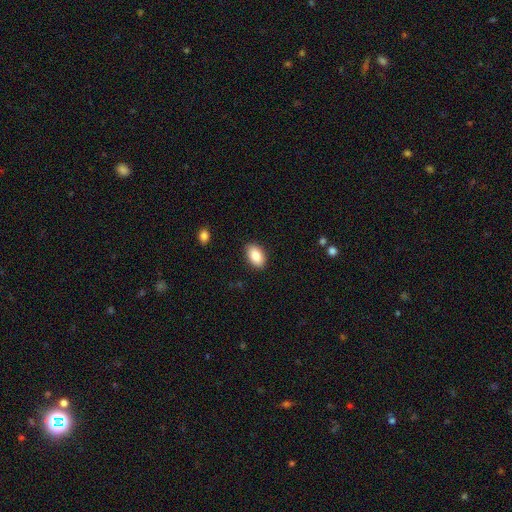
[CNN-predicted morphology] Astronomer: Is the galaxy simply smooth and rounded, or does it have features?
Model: smooth — 87%.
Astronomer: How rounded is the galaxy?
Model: in between — 92%.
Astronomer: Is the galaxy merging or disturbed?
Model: none — 88%.